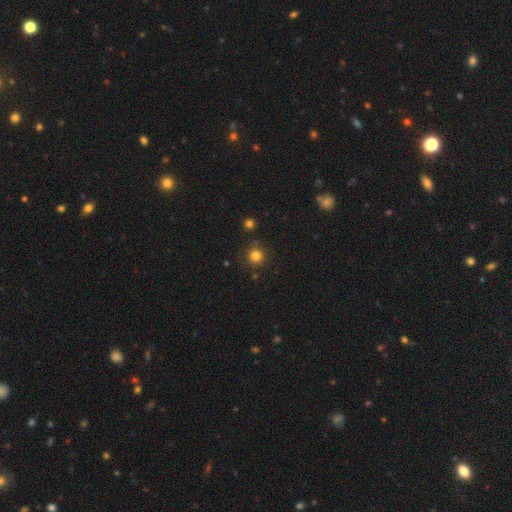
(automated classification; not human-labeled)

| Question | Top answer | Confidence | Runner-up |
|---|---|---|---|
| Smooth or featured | smooth | 81% | star or artifact (14%) |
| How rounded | round | 94% | in between (5%) |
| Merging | none | 85% | minor disturbance (8%) |